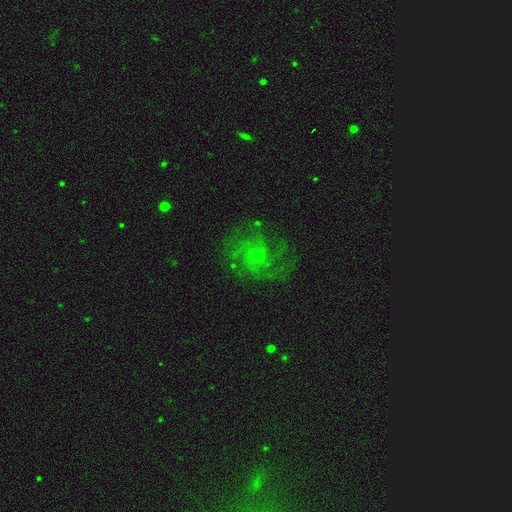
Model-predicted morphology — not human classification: smooth_or_featured: featured or disk (p=0.62) [alt: smooth p=0.23]
disk_edge_on: no (p=0.98) [alt: yes p=0.02]
bar: no (p=0.77) [alt: weak p=0.20]
has_spiral_arms: yes (p=0.85) [alt: no p=0.15]
spiral_winding: medium (p=0.45) [alt: tight p=0.33]
spiral_arm_count: can't tell (p=0.37) [alt: 2 p=0.25]
bulge_size: small (p=0.68) [alt: moderate p=0.18]
merging: none (p=0.65) [alt: minor disturbance p=0.18]